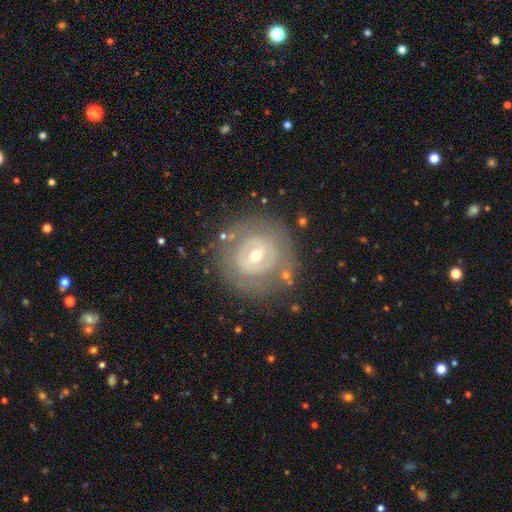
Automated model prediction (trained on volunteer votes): Smooth or featured? featured or disk (65%)
Edge-on disk? no (96%)
Bar? no (54%)
Spiral arms? no (64%)
Bulge size? small (48%, tied with moderate)
Merging? none (78%)